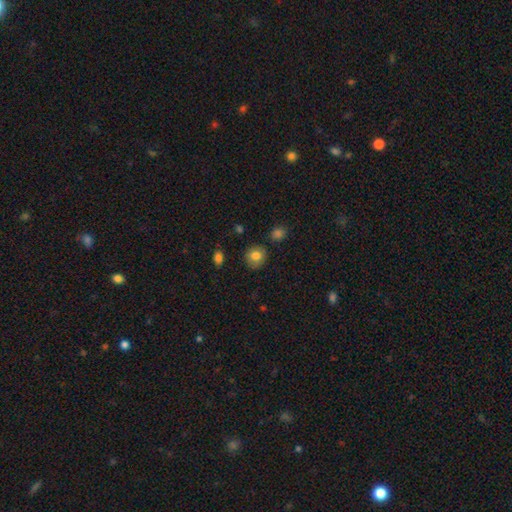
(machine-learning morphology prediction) A smooth galaxy with no disk features (82%) that is round (84%).

Vote fractions:
- Smooth or featured? smooth: 82% / star or artifact: 9% / featured or disk: 9%
- How rounded? round: 84% / in between: 16% / cigar-shaped: 1%
- Merging? none: 84% / minor disturbance: 11% / merger: 3% / major disturbance: 2%